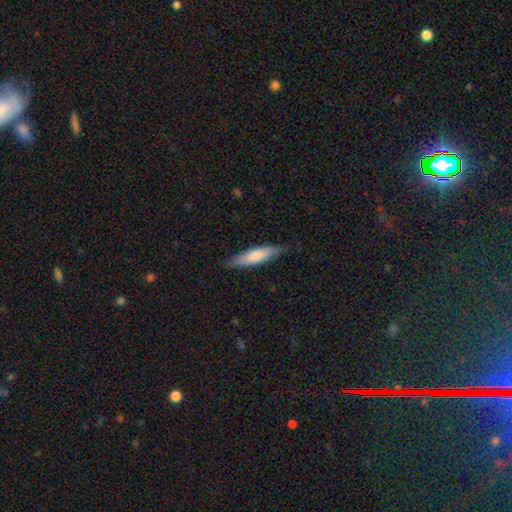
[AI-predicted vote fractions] Smooth or featured? smooth (75%)
How rounded? cigar-shaped (74%)
Merging? none (83%)